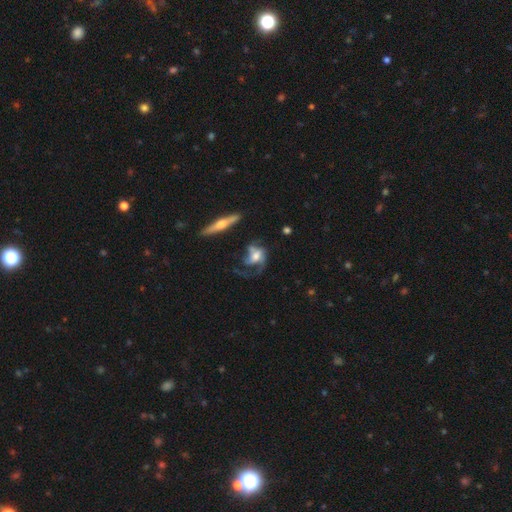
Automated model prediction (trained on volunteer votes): This is likely a featured or disk galaxy (74%). It is clearly not viewed edge-on (93%). Bar: possibly no (55%). Spiral arm pattern: clearly yes (85%). Spiral arm count: marginally 2 (43%). Spiral winding: marginally medium (42%). Central bulge: possibly moderate (50%). Merging: marginally major disturbance (40%).